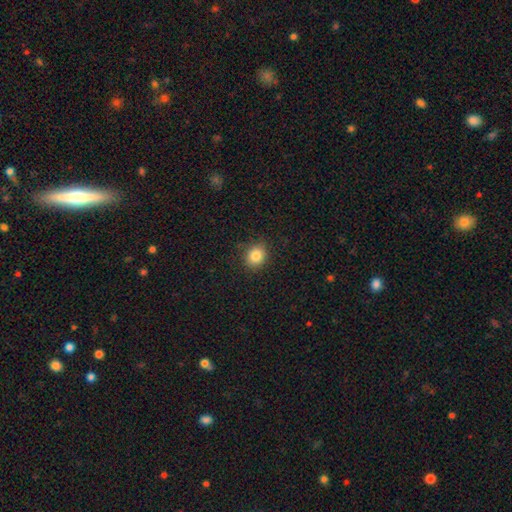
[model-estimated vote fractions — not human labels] Smooth or featured? smooth (84%)
How rounded? round (73%)
Merging? none (87%)